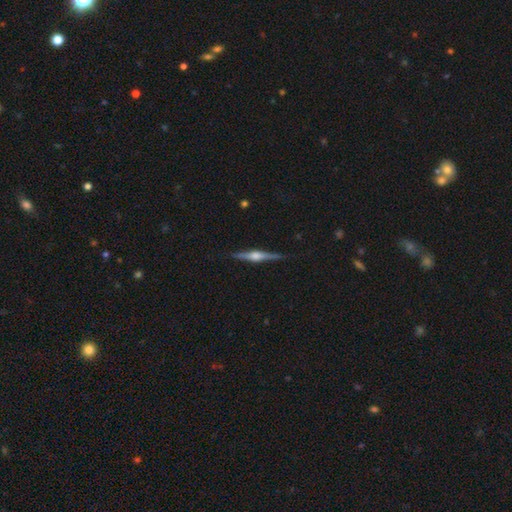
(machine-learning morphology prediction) The model was most divided on "smooth or featured": featured or disk: 80%, smooth: 15%, star or artifact: 6%. More confident: edge-on disk — yes (98%); merging — none (90%); edge-on bulge — rounded (85%).